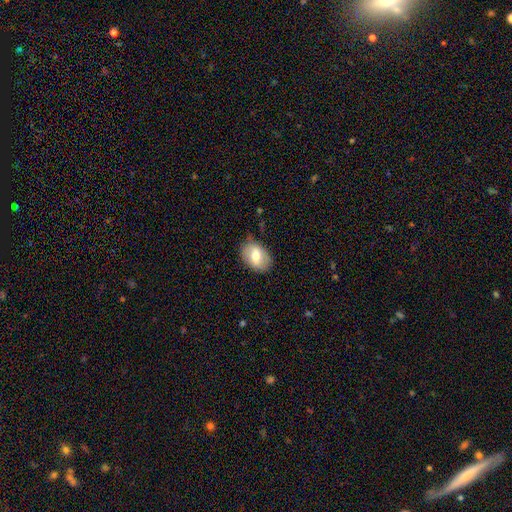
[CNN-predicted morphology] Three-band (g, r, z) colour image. It shows a smooth galaxy with no disk features (67%) that is in between round and cigar-shaped (82%). Merging: none (76%).